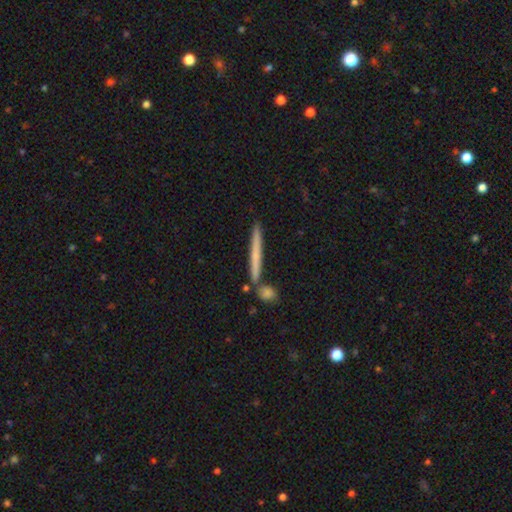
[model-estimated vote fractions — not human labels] Overall: smooth (59%; featured or disk 35%). How rounded: cigar-shaped (96%). Merging: none (81%).